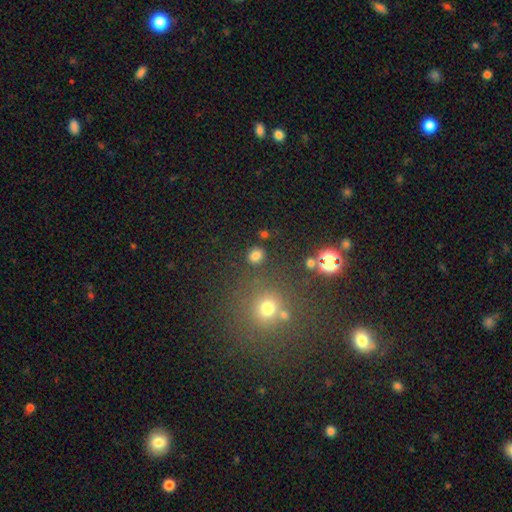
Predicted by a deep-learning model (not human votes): Smooth or featured: smooth — 78% (star or artifact — 18%)
How rounded: round — 74% (in between — 25%)
Merging: none — 85% (minor disturbance — 8%)